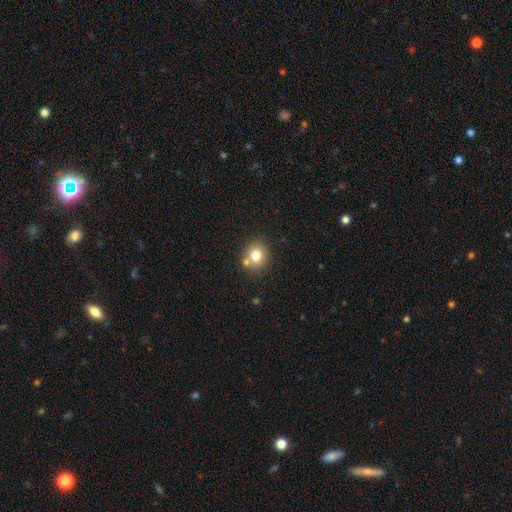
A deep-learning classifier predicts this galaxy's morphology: type=smooth (77%); roundness=round (81%); merging=none (70%).